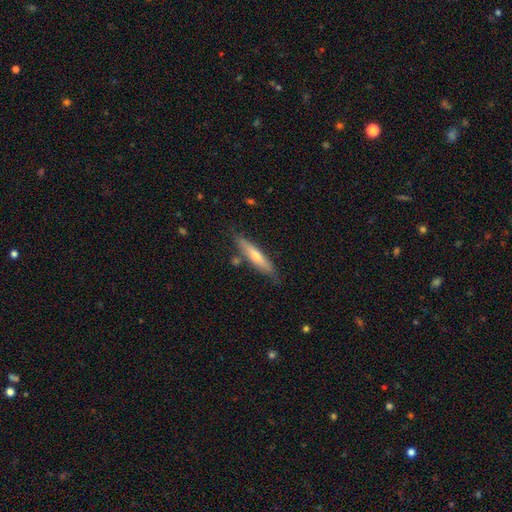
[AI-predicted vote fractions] A smooth galaxy with no disk features (48%).

Vote fractions:
- Smooth or featured? smooth: 48% / featured or disk: 46% / star or artifact: 6%
- Merging? none: 78% / minor disturbance: 14% / merger: 4% / major disturbance: 3%